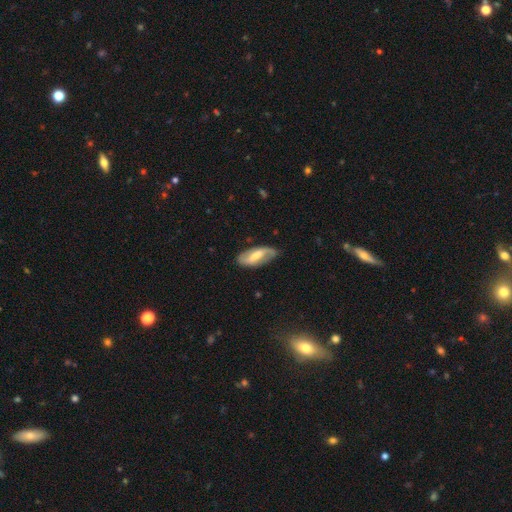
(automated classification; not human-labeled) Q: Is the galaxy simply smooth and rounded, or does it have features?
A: featured or disk — 64%.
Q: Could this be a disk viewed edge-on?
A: no — 91%.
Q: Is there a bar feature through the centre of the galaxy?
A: strong — 46%.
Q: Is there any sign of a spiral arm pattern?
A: yes — 83%.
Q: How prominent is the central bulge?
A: moderate — 47%.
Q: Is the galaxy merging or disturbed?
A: none — 79%.